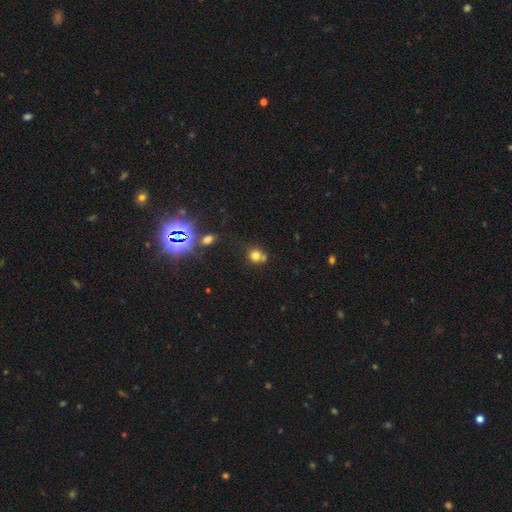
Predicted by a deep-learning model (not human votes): Smooth or featured? smooth (73%)
How rounded? round (84%)
Merging? none (54%)